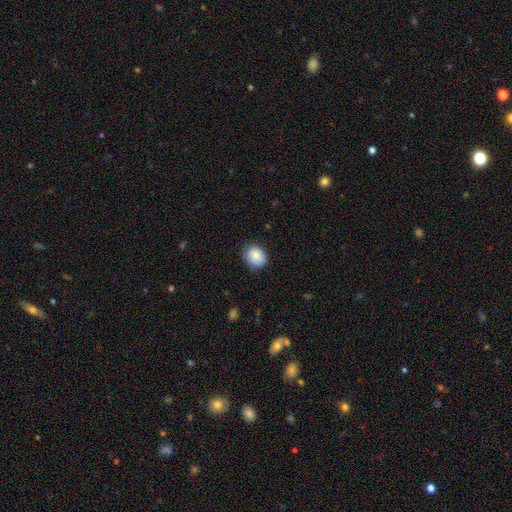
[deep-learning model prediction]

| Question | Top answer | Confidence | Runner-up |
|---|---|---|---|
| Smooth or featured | smooth | 85% | star or artifact (8%) |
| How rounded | round | 55% | in between (44%) |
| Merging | none | 74% | minor disturbance (21%) |